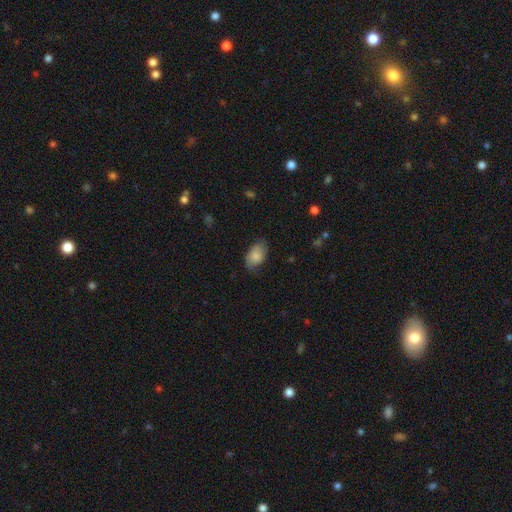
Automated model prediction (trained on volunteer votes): This appears to be a smooth galaxy with no disk features (75%) that is in between round and cigar-shaped (91%). Merging: none (69%).